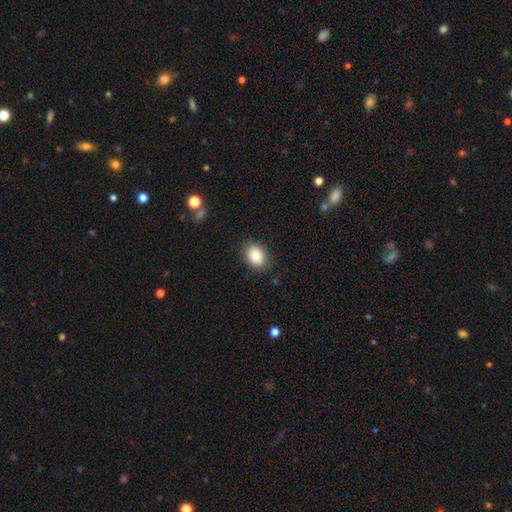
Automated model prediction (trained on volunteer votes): Overall: smooth (85%). How rounded: in between (68%; round 31%). Merging: none (86%).